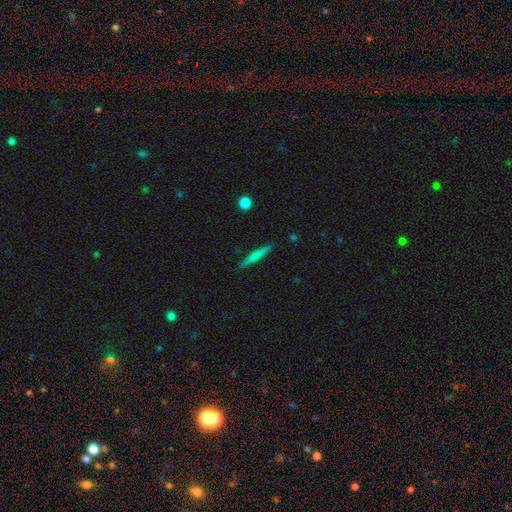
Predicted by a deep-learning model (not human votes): Q: Smooth or featured?
A: smooth (61%); runner-up: featured or disk (33%)
Q: How rounded?
A: cigar-shaped (95%); runner-up: in between (3%)
Q: Merging?
A: none (90%); runner-up: minor disturbance (7%)